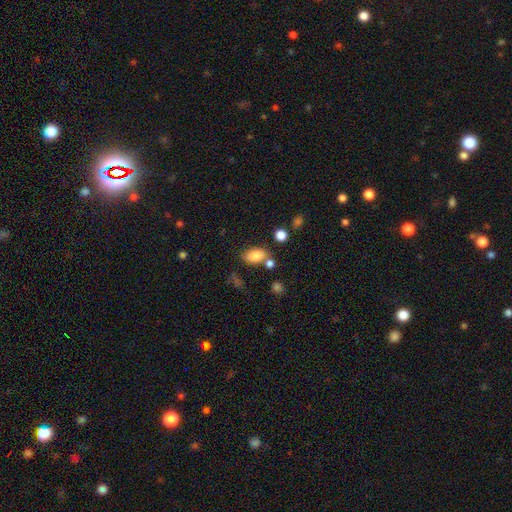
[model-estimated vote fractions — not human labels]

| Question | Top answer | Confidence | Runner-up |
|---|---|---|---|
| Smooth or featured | smooth | 81% | star or artifact (10%) |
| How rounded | in between | 87% | round (10%) |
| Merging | none | 65% | minor disturbance (16%) |